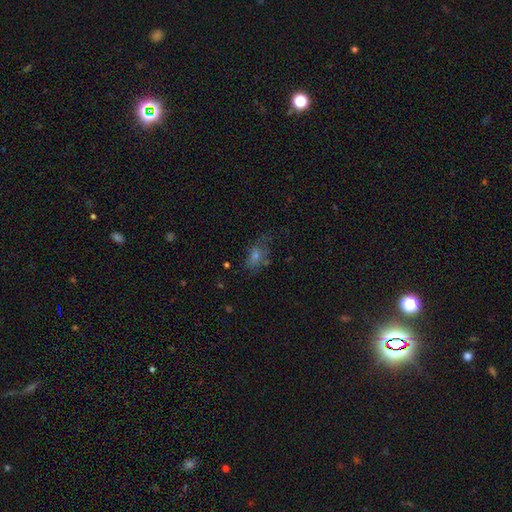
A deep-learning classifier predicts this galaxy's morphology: Q: Smooth or featured?
A: smooth (44%); runner-up: featured or disk (30%)
Q: Merging?
A: none (55%); runner-up: minor disturbance (25%)